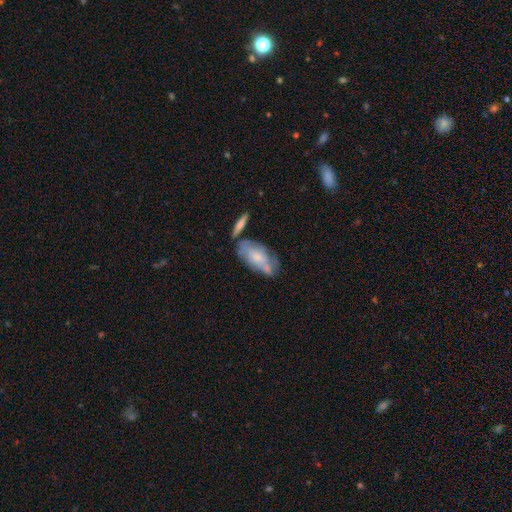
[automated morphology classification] Smooth or featured: smooth — 52% (featured or disk — 41%)
How rounded: in between — 87% (cigar-shaped — 10%)
Merging: none — 50% (minor disturbance — 24%)